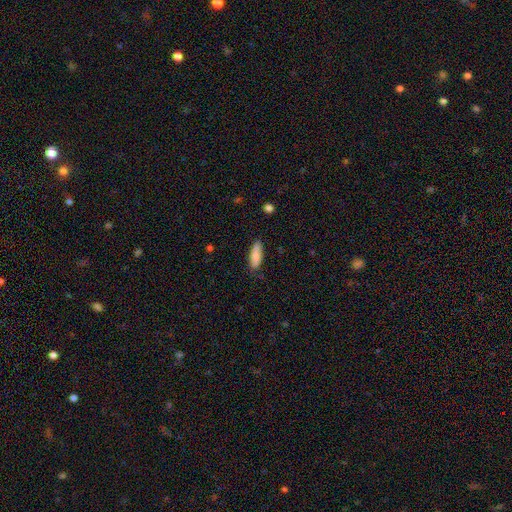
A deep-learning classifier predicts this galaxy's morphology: Smooth or featured: smooth — 85% (featured or disk — 9%)
How rounded: in between — 58% (cigar-shaped — 40%)
Merging: none — 78% (minor disturbance — 17%)